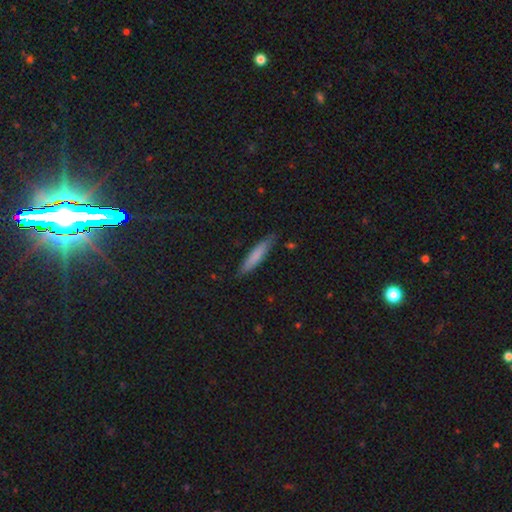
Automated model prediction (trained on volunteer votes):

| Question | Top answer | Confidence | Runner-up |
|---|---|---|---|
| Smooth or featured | smooth | 75% | featured or disk (19%) |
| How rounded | cigar-shaped | 88% | in between (10%) |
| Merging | none | 85% | minor disturbance (12%) |